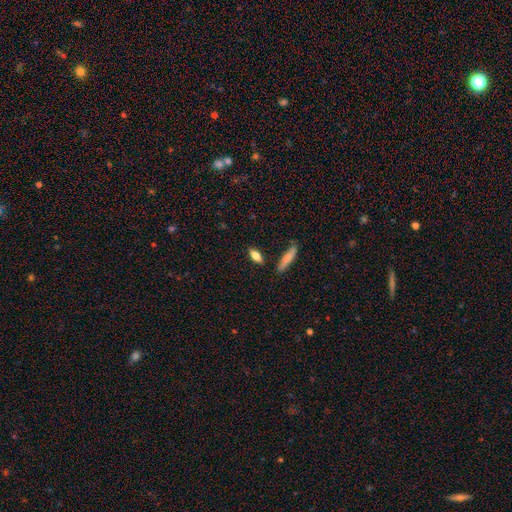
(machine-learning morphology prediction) smooth-or-featured: smooth: 76% | featured or disk: 17% | star or artifact: 7%
  how-rounded: in between: 65% | cigar-shaped: 32% | round: 3%
  merging: none: 82% | minor disturbance: 11% | merger: 5% | major disturbance: 3%